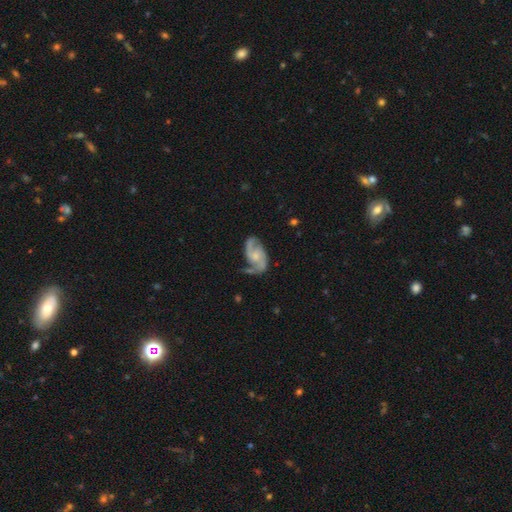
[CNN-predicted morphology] This appears to be a featured or disk galaxy (84%) with no bar (60%), 2 (86%) medium (47%) spiral arms (96%) and a small central bulge (55%). Merging: none (61%).